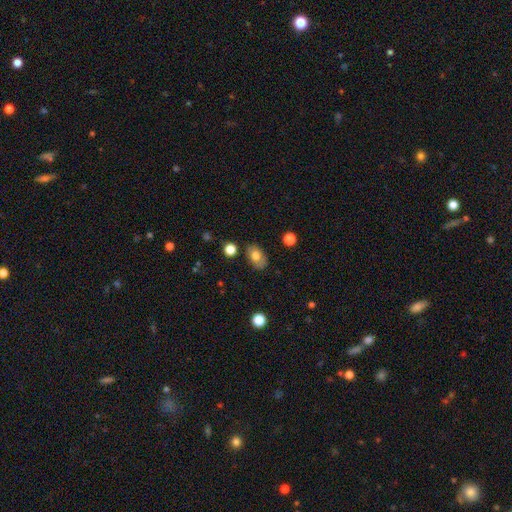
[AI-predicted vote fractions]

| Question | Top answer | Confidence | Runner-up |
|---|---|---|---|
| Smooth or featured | smooth | 75% | featured or disk (16%) |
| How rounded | in between | 85% | round (14%) |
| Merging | none | 78% | minor disturbance (16%) |